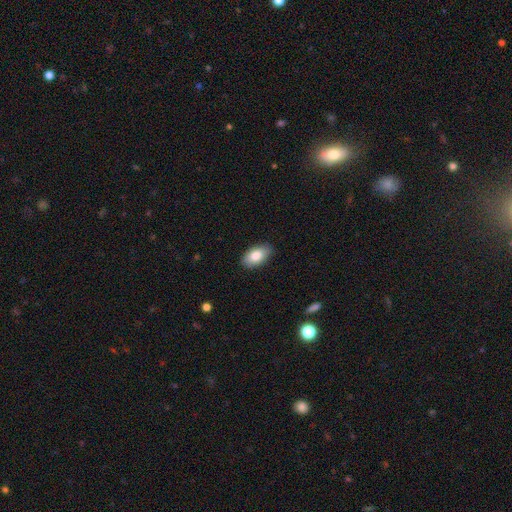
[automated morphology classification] The model was most divided on "merging": none: 84%, minor disturbance: 12%, major disturbance: 2%, merger: 1%. More confident: how rounded — in between (94%); smooth or featured — smooth (84%).